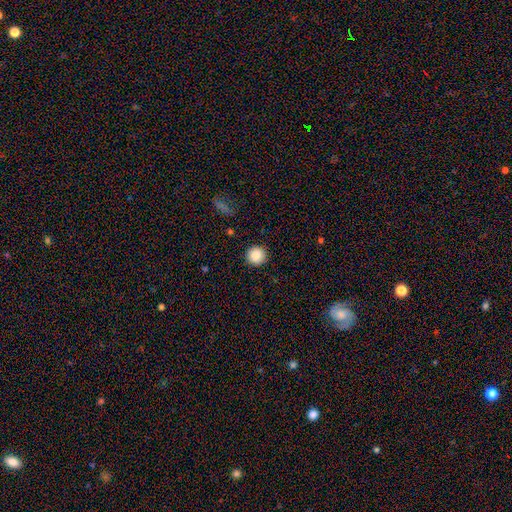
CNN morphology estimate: Smooth or featured? smooth (87%)
How rounded? round (95%)
Merging? none (92%)